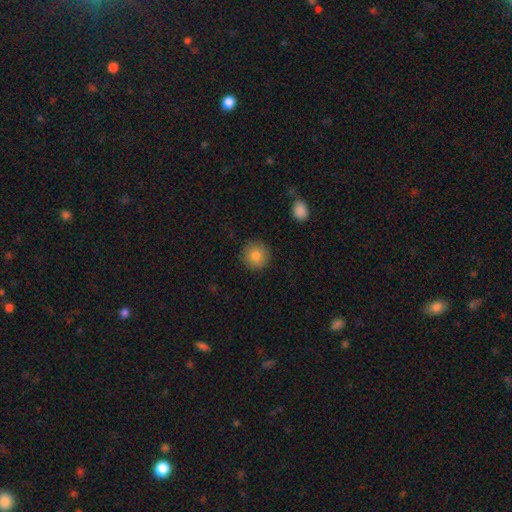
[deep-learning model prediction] smooth_or_featured: smooth (p=0.83) [alt: star or artifact p=0.09]
how_rounded: round (p=0.94) [alt: in between p=0.05]
merging: none (p=0.90) [alt: minor disturbance p=0.07]